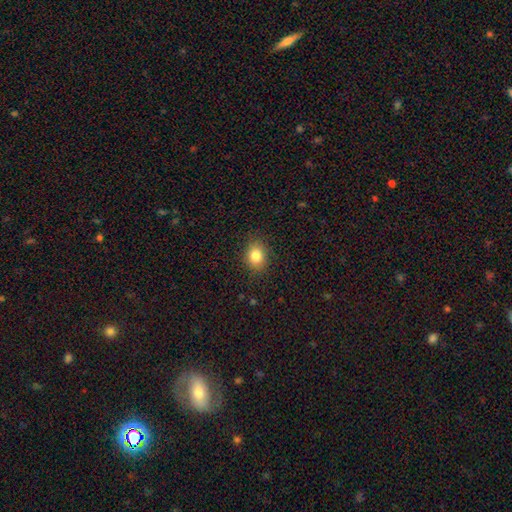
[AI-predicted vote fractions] smooth_or_featured: smooth (p=0.84) [alt: star or artifact p=0.10]
how_rounded: round (p=0.52) [alt: in between p=0.47]
merging: none (p=0.87) [alt: minor disturbance p=0.09]